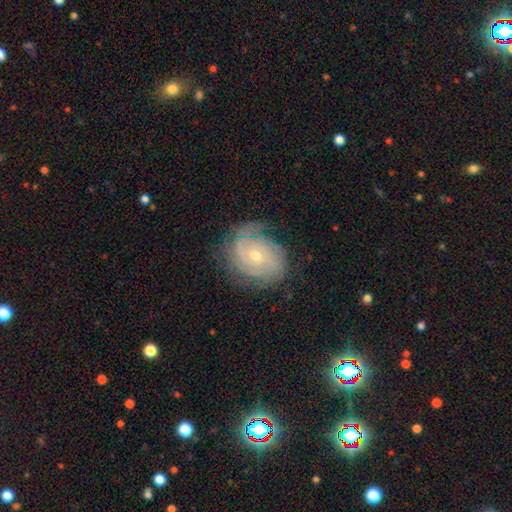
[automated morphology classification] The model was most divided on "spiral arm count": can't tell: 39%, 2: 24%, 3: 17%, 4: 9%, 1: 6%, more than 4: 5%. More confident: edge-on disk — no (97%); spiral arms — yes (93%); smooth or featured — featured or disk (81%); bar — no (71%); spiral winding — tight (71%); merging — none (70%); bulge size — small (61%).